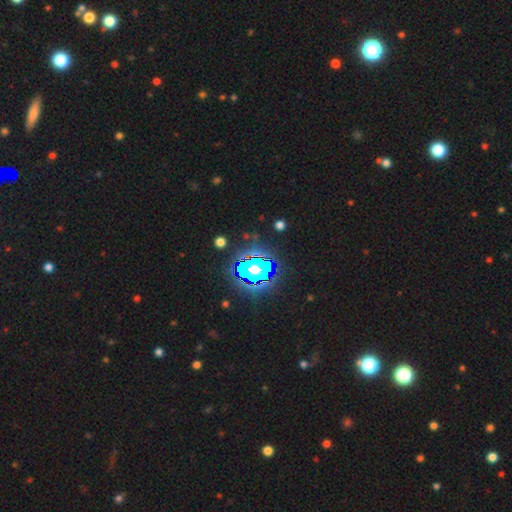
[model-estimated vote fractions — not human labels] Smooth or featured: star or artifact — 81% (smooth — 12%)